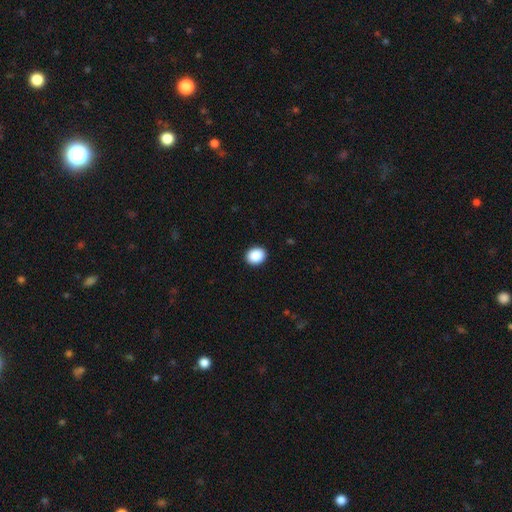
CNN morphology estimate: smooth-or-featured: smooth: 89% | star or artifact: 8% | featured or disk: 2%
  how-rounded: round: 59% | in between: 40% | cigar-shaped: 1%
  merging: none: 92% | minor disturbance: 6% | major disturbance: 2% | merger: 1%